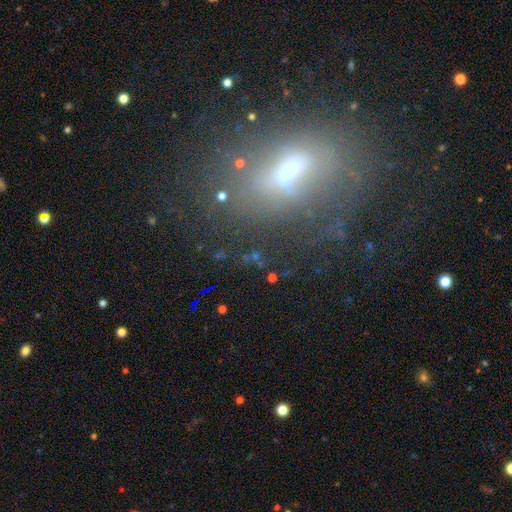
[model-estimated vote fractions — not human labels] featured or disk 43%, smooth 33%, star or artifact 25%. Down the decision tree: merging — none (51%).